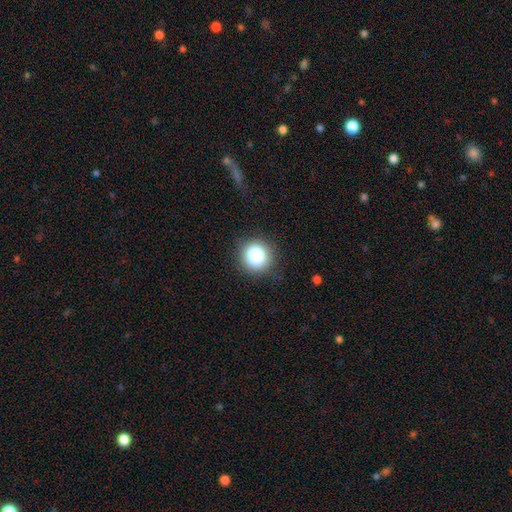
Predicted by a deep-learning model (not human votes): Smooth or featured: smooth — 86% (star or artifact — 10%)
How rounded: round — 93% (in between — 6%)
Merging: none — 85% (minor disturbance — 11%)